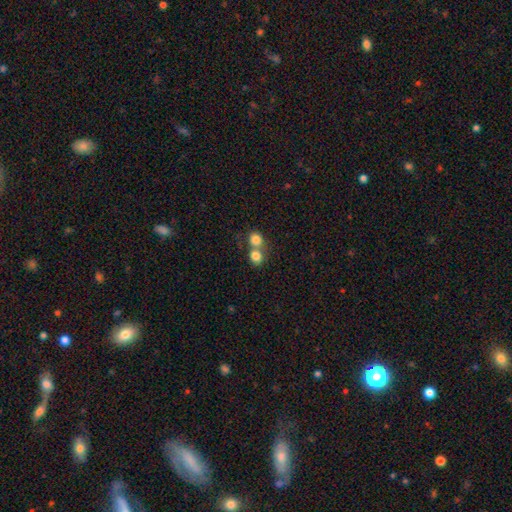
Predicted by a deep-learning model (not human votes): Q: Smooth or featured?
A: smooth (81%); runner-up: star or artifact (10%)
Q: How rounded?
A: round (77%); runner-up: in between (22%)
Q: Merging?
A: merger (56%); runner-up: none (36%)